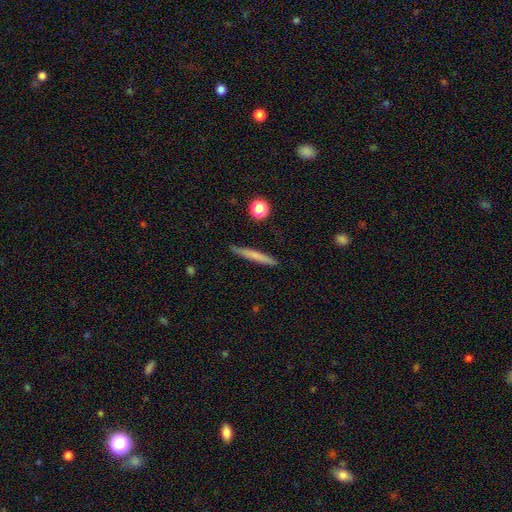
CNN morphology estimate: Smooth or featured? smooth (66%)
How rounded? cigar-shaped (95%)
Merging? none (87%)